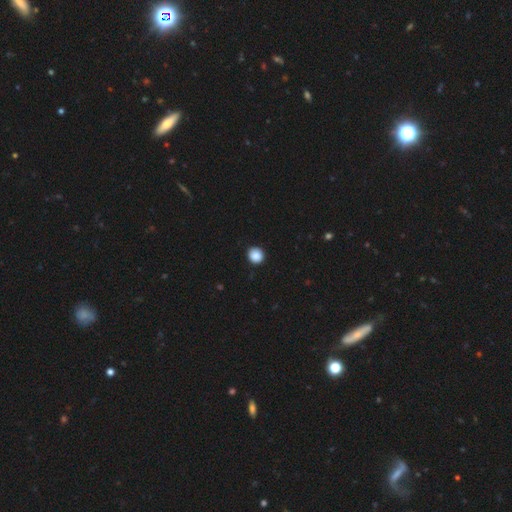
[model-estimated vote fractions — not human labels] A smooth galaxy with no disk features (88%) that is round (88%).

Vote fractions:
- Smooth or featured? smooth: 88% / star or artifact: 9% / featured or disk: 3%
- How rounded? round: 88% / in between: 11% / cigar-shaped: 1%
- Merging? none: 91% / minor disturbance: 6% / major disturbance: 2% / merger: 1%